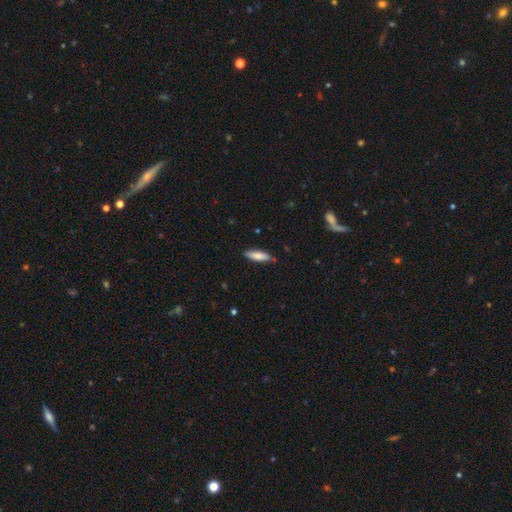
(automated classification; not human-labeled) The model was most divided on "how rounded": cigar-shaped: 55%, in between: 43%, round: 2%. More confident: merging — none (82%); smooth or featured — smooth (78%).